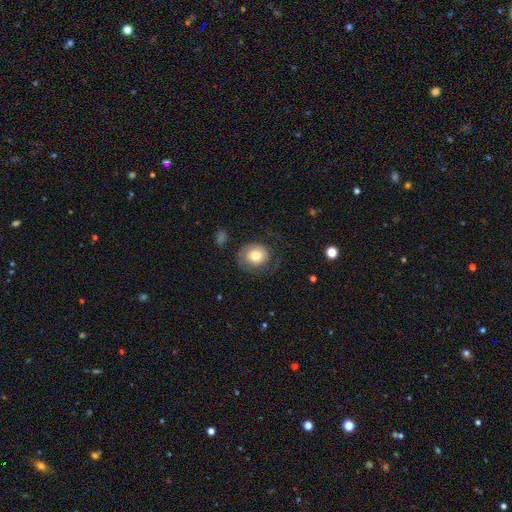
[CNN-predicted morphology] smooth_or_featured: smooth (p=0.68) [alt: featured or disk p=0.24]
how_rounded: round (p=0.73) [alt: in between p=0.26]
merging: none (p=0.60) [alt: minor disturbance p=0.21]